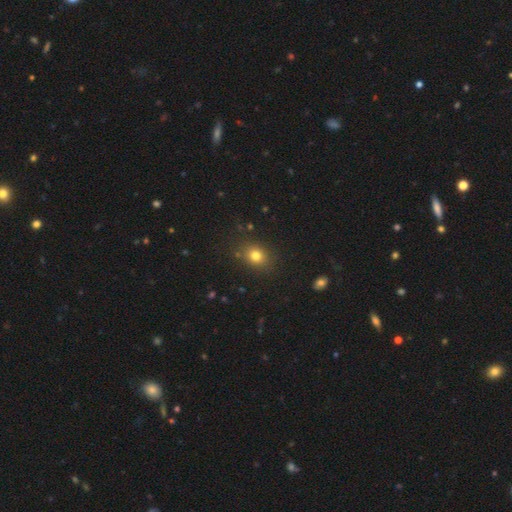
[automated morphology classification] A smooth galaxy with no disk features (78%) that is round (54%).

Vote fractions:
- Smooth or featured? smooth: 78% / star or artifact: 14% / featured or disk: 8%
- How rounded? round: 54% / in between: 45% / cigar-shaped: 1%
- Merging? none: 85% / minor disturbance: 10% / major disturbance: 3% / merger: 2%